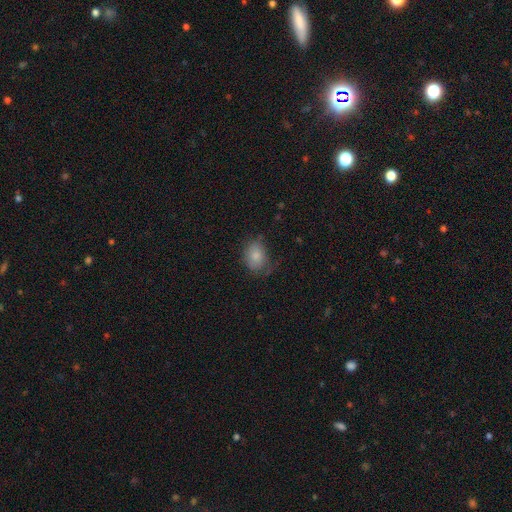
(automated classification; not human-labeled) Smooth or featured?
  - smooth: 82% *
  - featured or disk: 9%
  - star or artifact: 9%
How rounded?
  - in between: 62% *
  - round: 37%
  - cigar-shaped: 1%
Merging?
  - none: 61% *
  - minor disturbance: 27%
  - major disturbance: 10%
  - merger: 2%